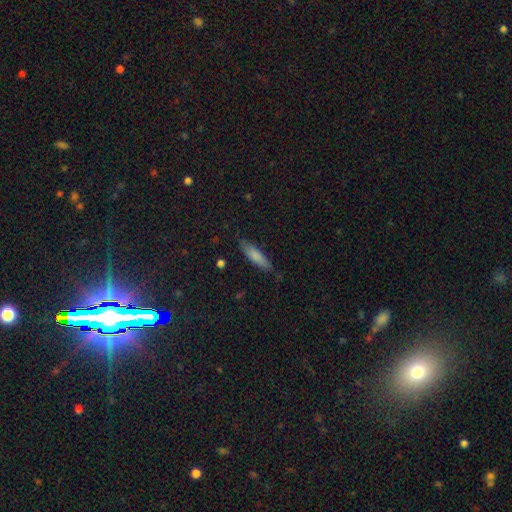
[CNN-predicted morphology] smooth_or_featured: smooth (p=0.80) [alt: featured or disk p=0.14]
how_rounded: cigar-shaped (p=0.68) [alt: in between p=0.30]
merging: none (p=0.82) [alt: minor disturbance p=0.14]